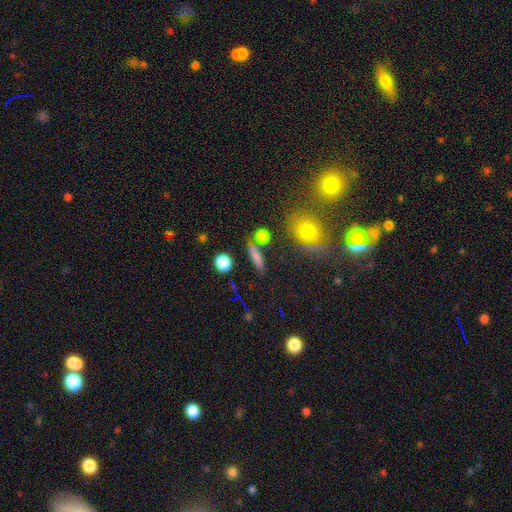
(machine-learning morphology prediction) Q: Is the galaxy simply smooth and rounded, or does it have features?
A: smooth — 76%.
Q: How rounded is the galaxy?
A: cigar-shaped — 58%.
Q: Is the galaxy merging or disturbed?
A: none — 77%.